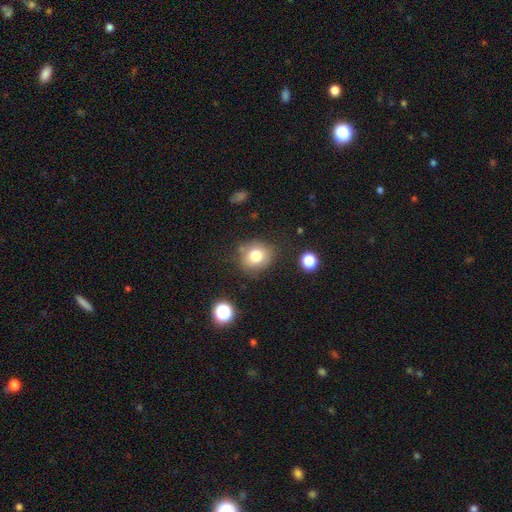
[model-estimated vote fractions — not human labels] smooth 77%, star or artifact 12%, featured or disk 11%. Down the decision tree: how rounded — round (80%); merging — none (77%).